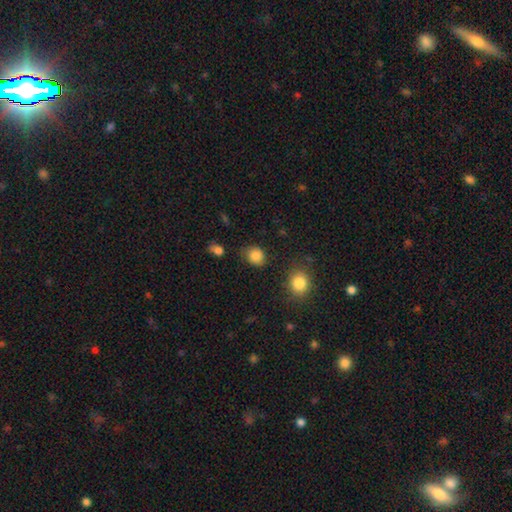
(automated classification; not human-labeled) The model was most divided on "how rounded": round: 65%, in between: 34%, cigar-shaped: 1%. More confident: smooth or featured — smooth (85%); merging — none (73%).